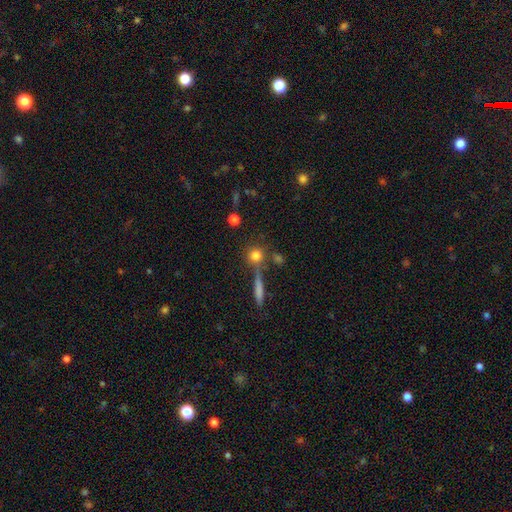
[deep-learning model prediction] Smooth or featured? smooth (77%)
How rounded? round (84%)
Merging? none (70%)